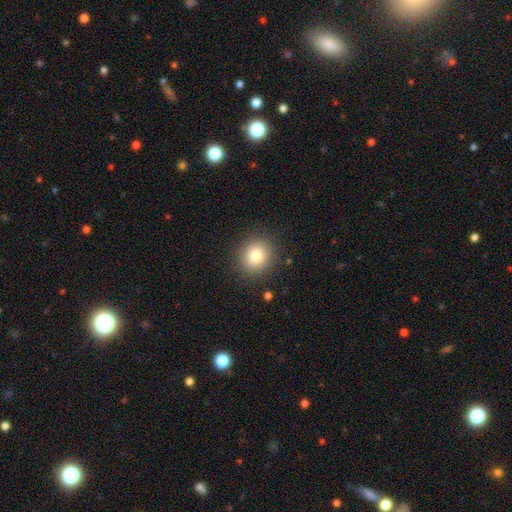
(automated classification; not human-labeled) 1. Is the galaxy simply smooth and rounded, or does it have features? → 82% smooth, 11% star or artifact, 8% featured or disk.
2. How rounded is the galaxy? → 85% round, 14% in between, 1% cigar-shaped.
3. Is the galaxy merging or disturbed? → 89% none, 7% minor disturbance, 3% major disturbance, 1% merger.